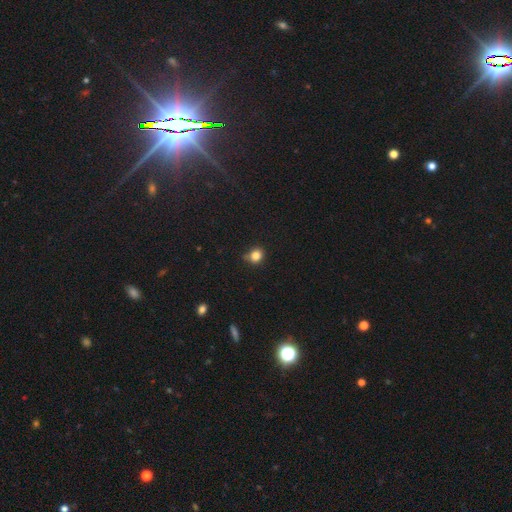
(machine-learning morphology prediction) smooth_or_featured: smooth (p=0.83) [alt: star or artifact p=0.12]
how_rounded: round (p=0.79) [alt: in between p=0.20]
merging: none (p=0.71) [alt: minor disturbance p=0.21]